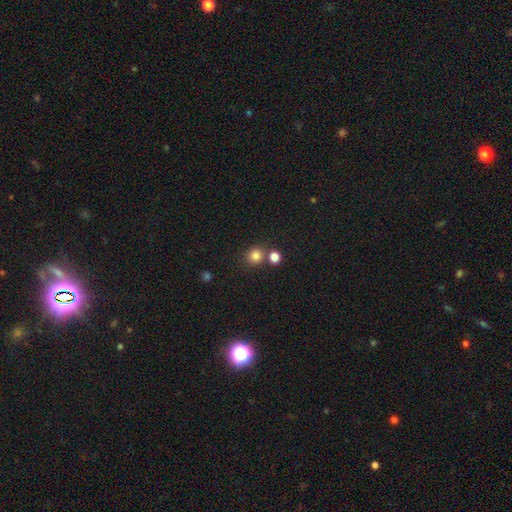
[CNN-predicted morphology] A smooth galaxy with no disk features (82%) that is round (88%).

Vote fractions:
- Smooth or featured? smooth: 82% / star or artifact: 13% / featured or disk: 5%
- How rounded? round: 88% / in between: 11% / cigar-shaped: 1%
- Merging? none: 70% / merger: 19% / minor disturbance: 8% / major disturbance: 3%